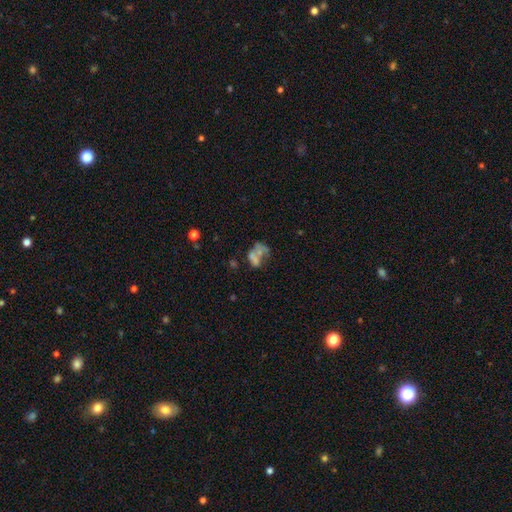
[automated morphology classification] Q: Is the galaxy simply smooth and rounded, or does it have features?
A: smooth — 44%.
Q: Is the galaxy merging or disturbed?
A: merger — 36%.